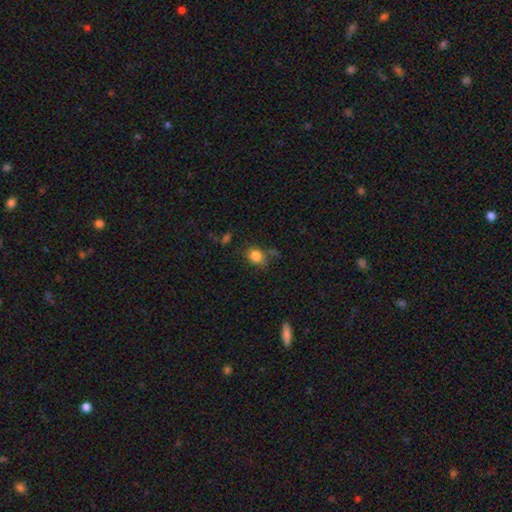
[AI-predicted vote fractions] Smooth or featured? Predicted: smooth (p=0.83). How rounded? Predicted: round (p=0.64). Merging? Predicted: none (p=0.67).